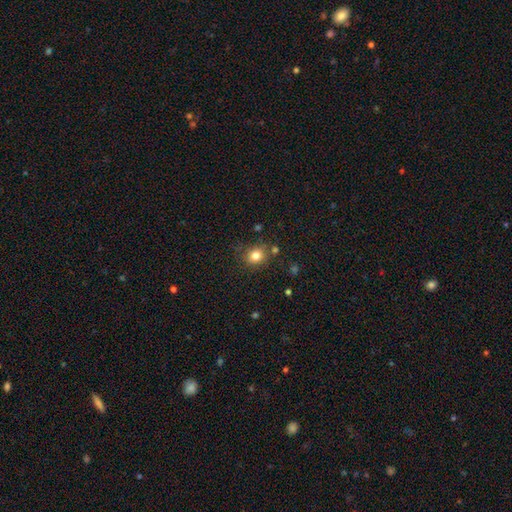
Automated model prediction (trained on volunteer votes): Smooth or featured?
  - smooth: 80% *
  - star or artifact: 13%
  - featured or disk: 7%
How rounded?
  - round: 73% *
  - in between: 26%
  - cigar-shaped: 1%
Merging?
  - none: 77% *
  - minor disturbance: 13%
  - merger: 6%
  - major disturbance: 4%